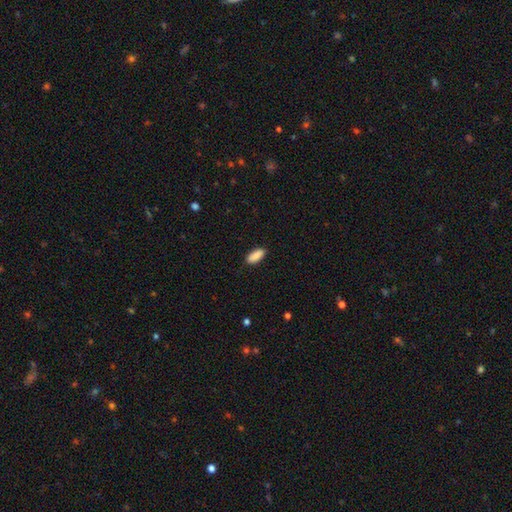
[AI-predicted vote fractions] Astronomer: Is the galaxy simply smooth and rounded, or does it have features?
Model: smooth — 89%.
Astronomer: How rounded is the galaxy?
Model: in between — 83%.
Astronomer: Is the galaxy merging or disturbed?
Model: none — 87%.